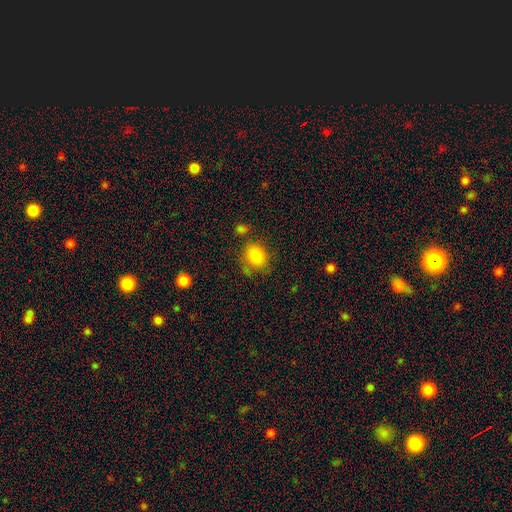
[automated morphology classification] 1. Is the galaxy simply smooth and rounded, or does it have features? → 83% smooth, 10% star or artifact, 8% featured or disk.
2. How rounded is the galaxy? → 64% round, 35% in between, 1% cigar-shaped.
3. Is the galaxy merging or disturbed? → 66% none, 19% minor disturbance, 7% merger, 7% major disturbance.